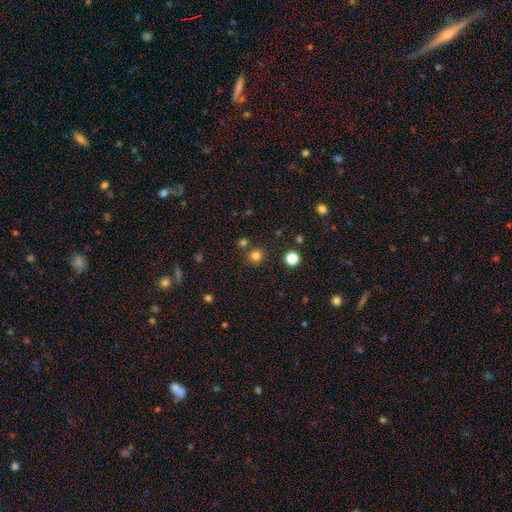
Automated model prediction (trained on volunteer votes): A smooth galaxy with no disk features (79%) that is round (90%).

Vote fractions:
- Smooth or featured? smooth: 79% / star or artifact: 16% / featured or disk: 5%
- How rounded? round: 90% / in between: 9% / cigar-shaped: 1%
- Merging? none: 83% / merger: 7% / minor disturbance: 7% / major disturbance: 3%